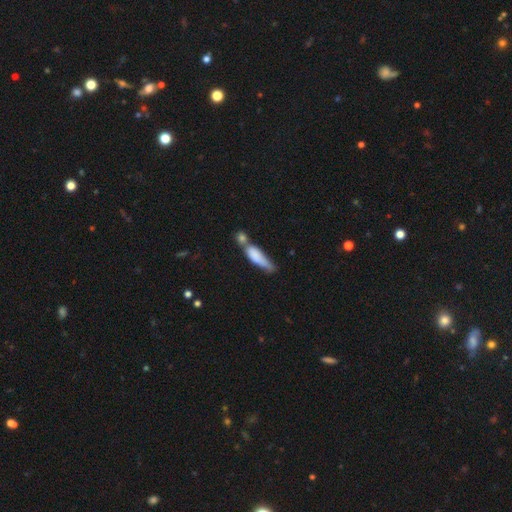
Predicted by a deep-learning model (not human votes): Morphology: type=smooth (75%); roundness=cigar-shaped (57%); merging=merger (52%).